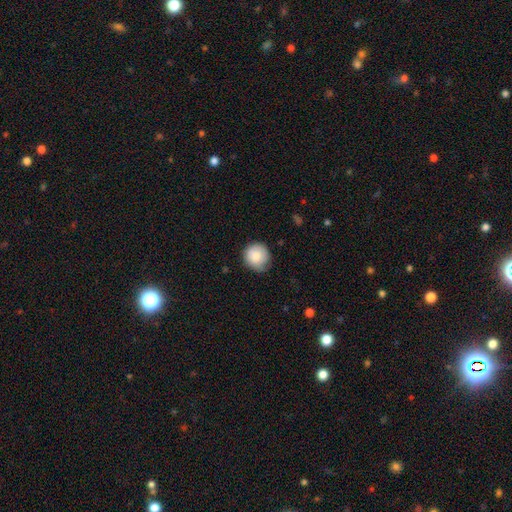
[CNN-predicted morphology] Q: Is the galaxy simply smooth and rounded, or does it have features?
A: smooth — 84%.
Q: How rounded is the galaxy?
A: round — 92%.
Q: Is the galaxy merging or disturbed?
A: none — 73%.